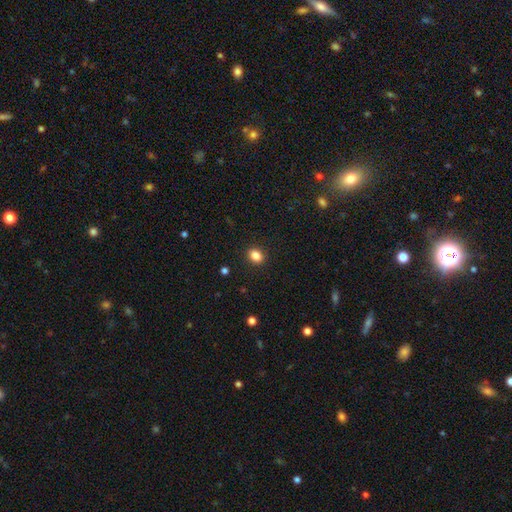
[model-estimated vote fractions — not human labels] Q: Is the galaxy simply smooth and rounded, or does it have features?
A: smooth — 86%.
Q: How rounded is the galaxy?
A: in between — 50%.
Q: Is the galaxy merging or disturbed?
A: none — 90%.